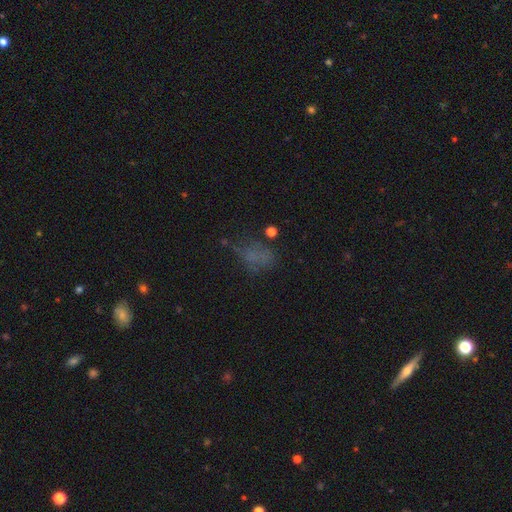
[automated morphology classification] type=smooth (48%); merging=none (46%).